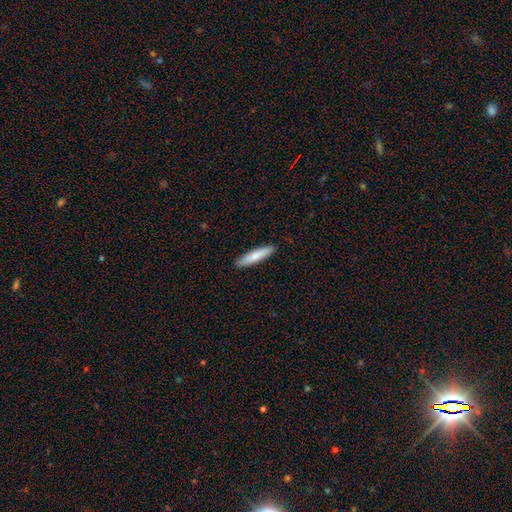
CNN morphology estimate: The model was most divided on "smooth or featured": smooth: 77%, featured or disk: 18%, star or artifact: 5%. More confident: merging — none (90%); how rounded — cigar-shaped (87%).